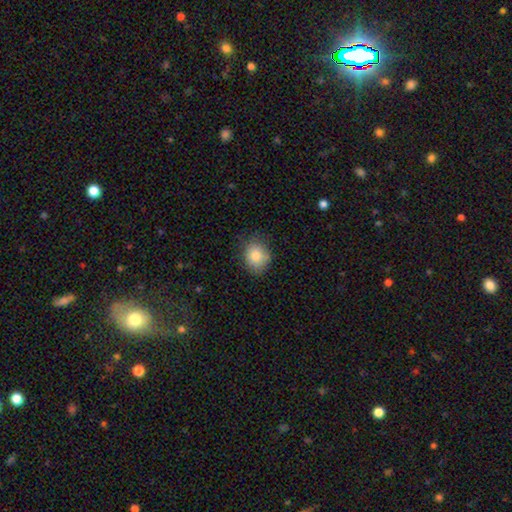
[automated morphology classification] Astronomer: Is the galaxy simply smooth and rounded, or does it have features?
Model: smooth — 84%.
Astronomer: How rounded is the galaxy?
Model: round — 57% (runner-up: in between, 42%).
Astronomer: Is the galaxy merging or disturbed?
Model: none — 75%.